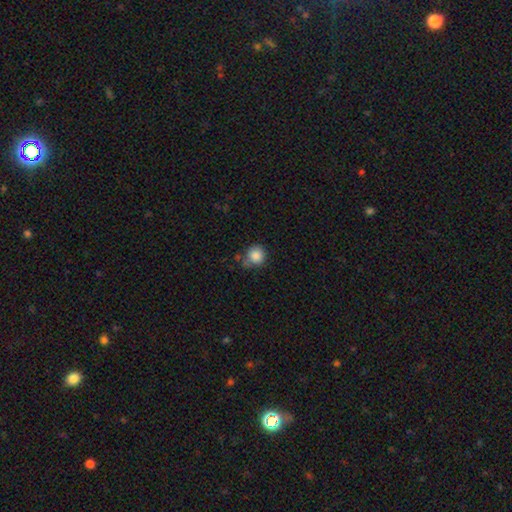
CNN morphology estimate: smooth_or_featured: smooth (p=0.86) [alt: star or artifact p=0.09]
how_rounded: round (p=0.89) [alt: in between p=0.10]
merging: none (p=0.68) [alt: minor disturbance p=0.20]